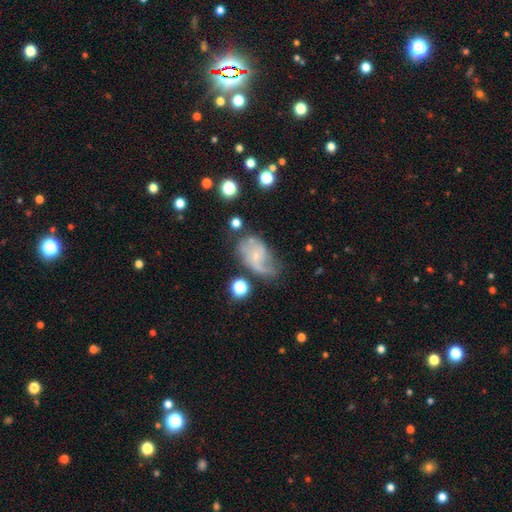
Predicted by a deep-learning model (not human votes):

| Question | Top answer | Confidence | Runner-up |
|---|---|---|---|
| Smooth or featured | featured or disk | 63% | smooth (28%) |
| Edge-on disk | no | 96% | yes (4%) |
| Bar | no | 66% | weak (30%) |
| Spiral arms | yes | 82% | no (18%) |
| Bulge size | small | 73% | moderate (16%) |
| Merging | none | 42% | minor disturbance (30%) |